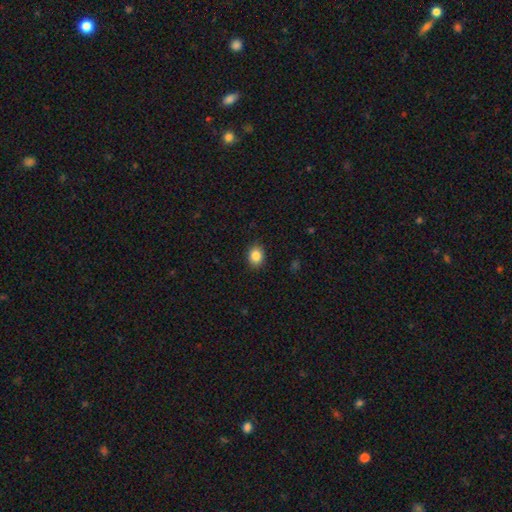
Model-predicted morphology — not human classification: This appears to be a smooth galaxy with no disk features (86%) that is round (50%). Merging: none (90%).